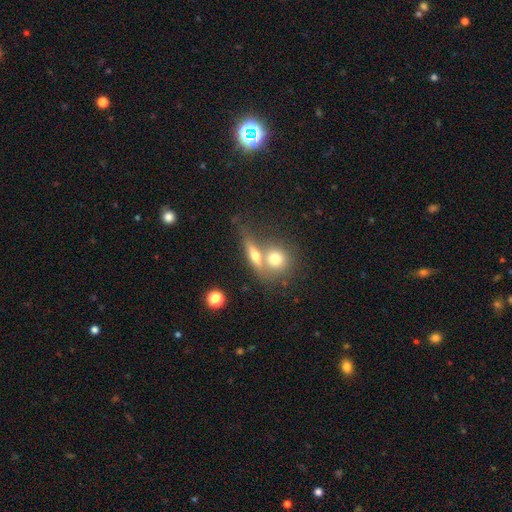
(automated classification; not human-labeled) The model was most divided on "how rounded": in between: 39%, round: 34%, cigar-shaped: 27%. Remaining: smooth or featured — smooth (60%); merging — merger (47%).